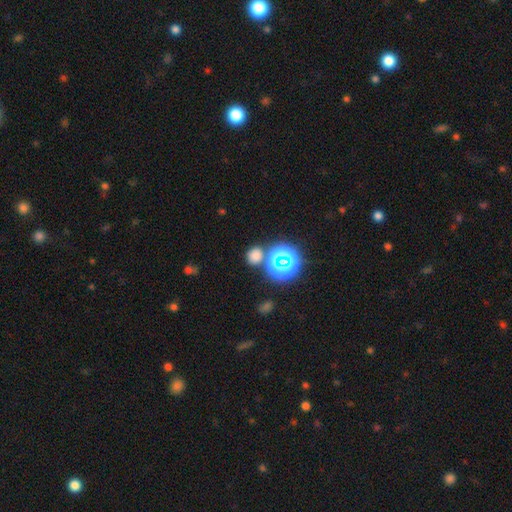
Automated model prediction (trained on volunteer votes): Smooth or featured? Predicted: smooth (p=0.66). How rounded? Predicted: round (p=0.78). Merging? Predicted: none (p=0.76).